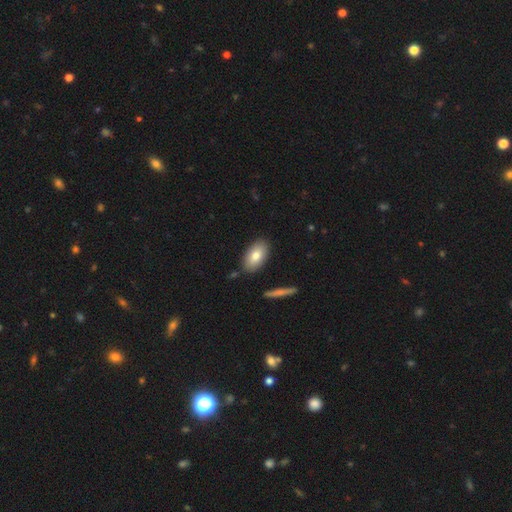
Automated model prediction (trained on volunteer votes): smooth-or-featured: smooth: 78% | featured or disk: 15% | star or artifact: 7%
  how-rounded: in between: 93% | round: 4% | cigar-shaped: 3%
  merging: none: 85% | minor disturbance: 10% | merger: 3% | major disturbance: 2%